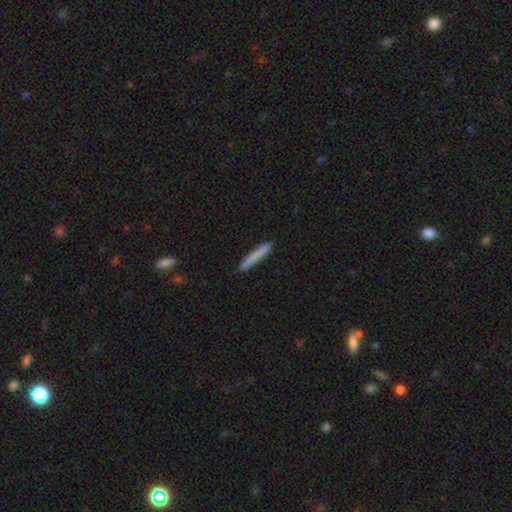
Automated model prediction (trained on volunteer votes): A smooth galaxy with no disk features (77%) that is cigar-shaped (96%).

Vote fractions:
- Smooth or featured? smooth: 77% / featured or disk: 17% / star or artifact: 6%
- How rounded? cigar-shaped: 96% / in between: 3% / round: 1%
- Merging? none: 90% / minor disturbance: 7% / major disturbance: 1% / merger: 1%